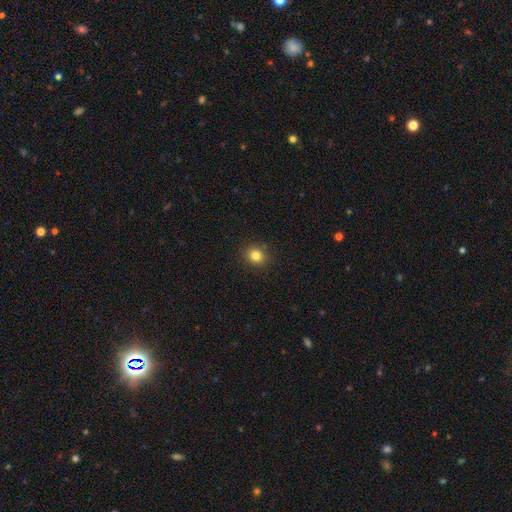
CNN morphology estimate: Smooth or featured? smooth (83%)
How rounded? round (81%)
Merging? none (90%)